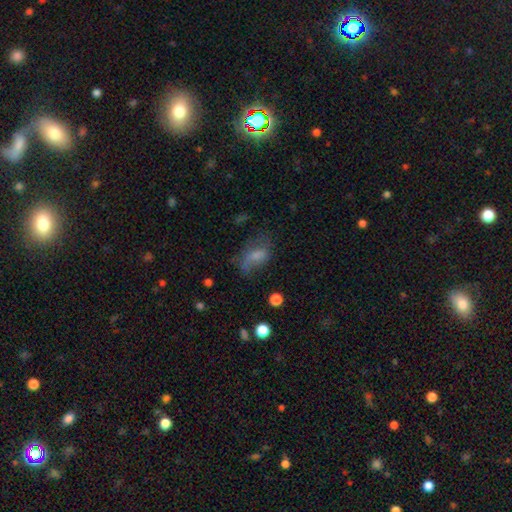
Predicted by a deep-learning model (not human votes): Morphology: type=smooth (59%); roundness=in between (85%); merging=none (38%).